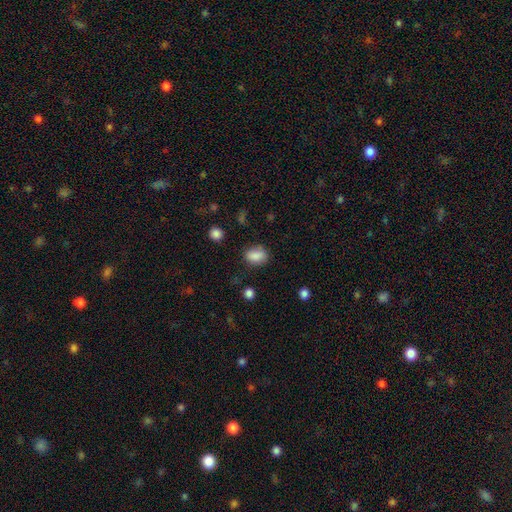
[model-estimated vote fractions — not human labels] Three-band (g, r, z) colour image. It shows a smooth galaxy with no disk features (86%) that is in between round and cigar-shaped (75%). Merging: none (76%).